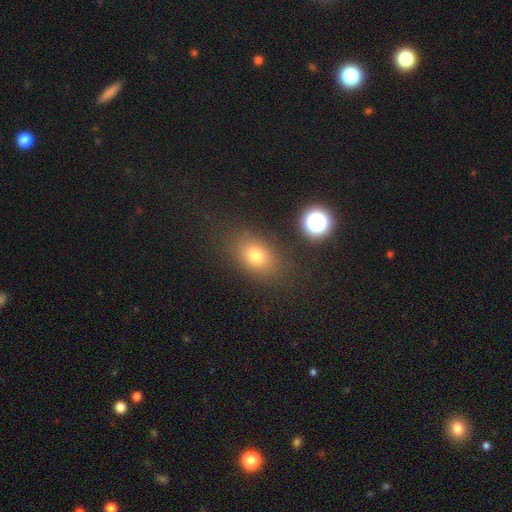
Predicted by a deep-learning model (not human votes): This appears to be a smooth galaxy with no disk features (74%) that is in between round and cigar-shaped (70%). Merging: none (81%).